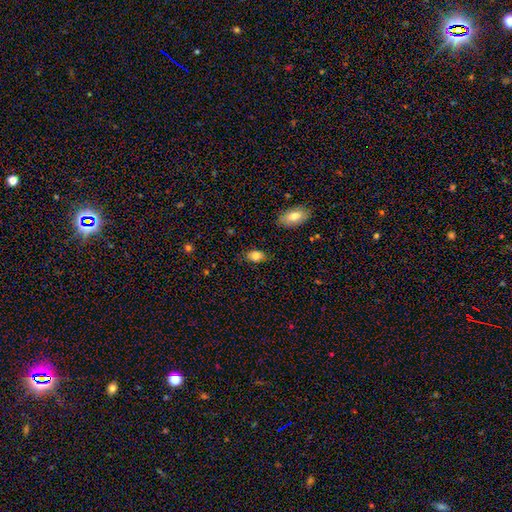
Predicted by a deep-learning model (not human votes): Smooth or featured: smooth — 83% (featured or disk — 9%)
How rounded: in between — 87% (round — 11%)
Merging: none — 81% (minor disturbance — 15%)